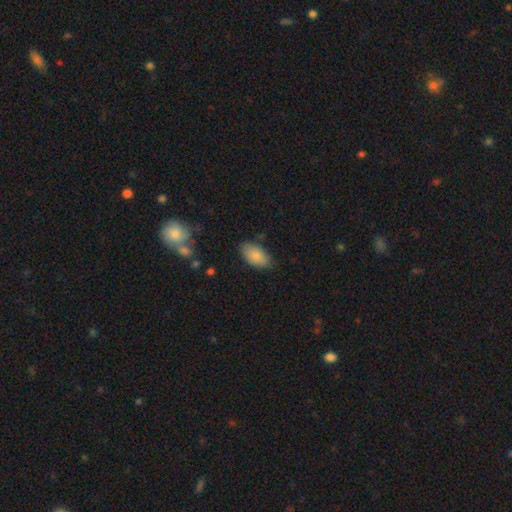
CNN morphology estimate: Smooth or featured?
  - smooth: 83% *
  - featured or disk: 10%
  - star or artifact: 7%
How rounded?
  - in between: 94% *
  - round: 4%
  - cigar-shaped: 2%
Merging?
  - none: 78% *
  - minor disturbance: 17%
  - major disturbance: 3%
  - merger: 1%